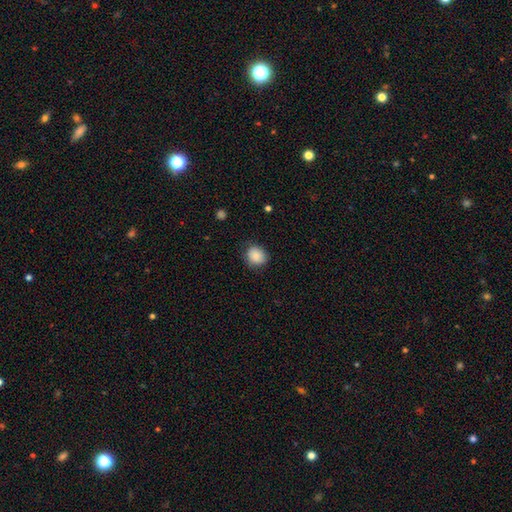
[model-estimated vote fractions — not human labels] Smooth or featured? Predicted: smooth (p=0.86). How rounded? Predicted: round (p=0.76). Merging? Predicted: none (p=0.78).